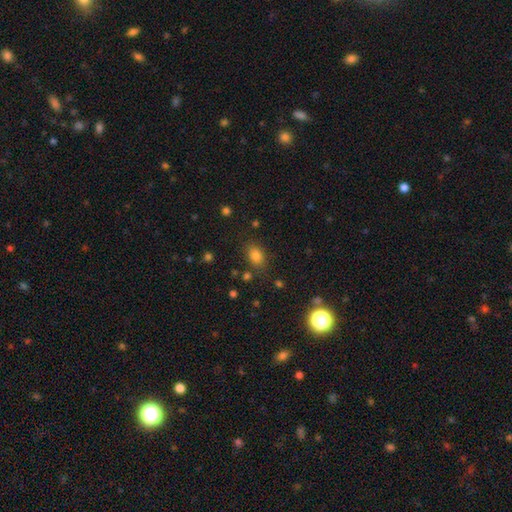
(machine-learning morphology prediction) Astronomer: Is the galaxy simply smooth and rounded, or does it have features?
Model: smooth — 79%.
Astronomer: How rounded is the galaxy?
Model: in between — 73%.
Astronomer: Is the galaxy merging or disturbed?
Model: none — 77%.